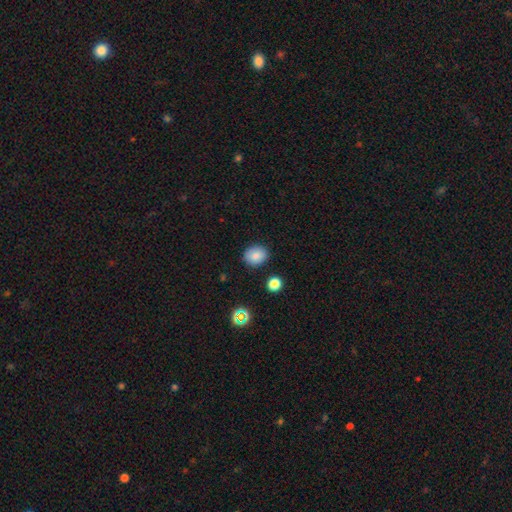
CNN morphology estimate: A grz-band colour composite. It shows a smooth galaxy with no disk features (83%) that is round (68%). Merging: none (87%).